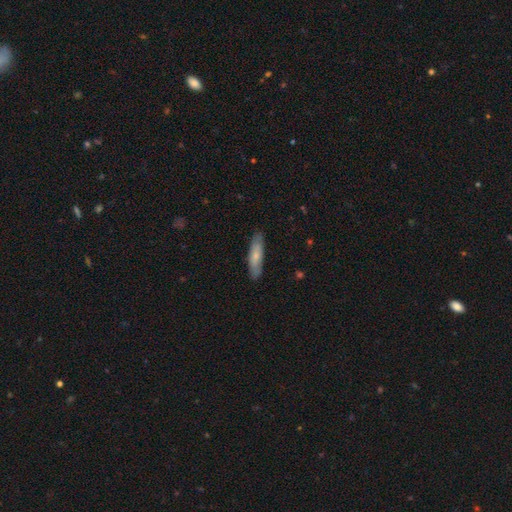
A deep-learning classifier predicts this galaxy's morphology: type=smooth (68%); roundness=cigar-shaped (71%); merging=none (85%).